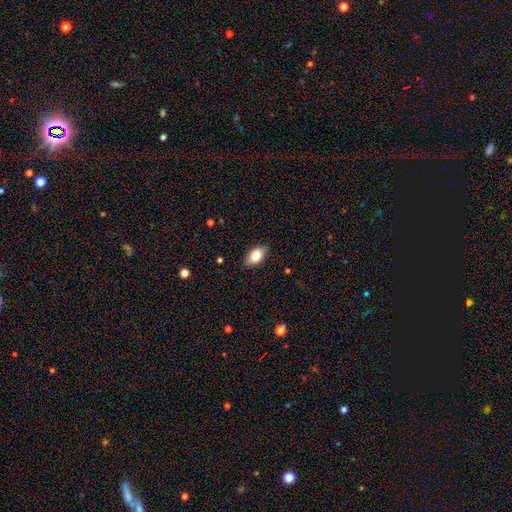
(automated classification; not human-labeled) Smooth or featured? Predicted: smooth (p=0.80). How rounded? Predicted: in between (p=0.90). Merging? Predicted: none (p=0.84).